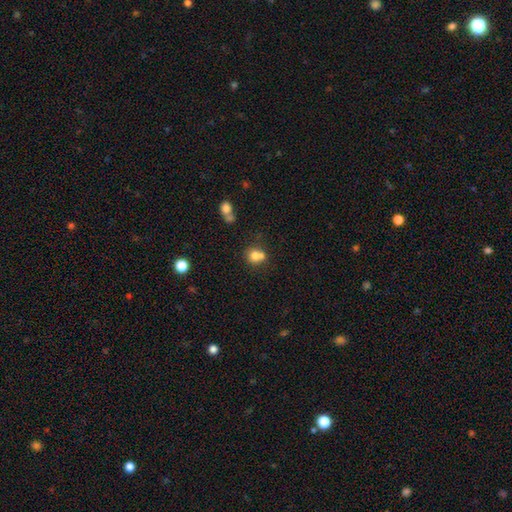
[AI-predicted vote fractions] smooth 74%, featured or disk 14%, star or artifact 11%. Down the decision tree: how rounded — round (78%); merging — merger (47%).